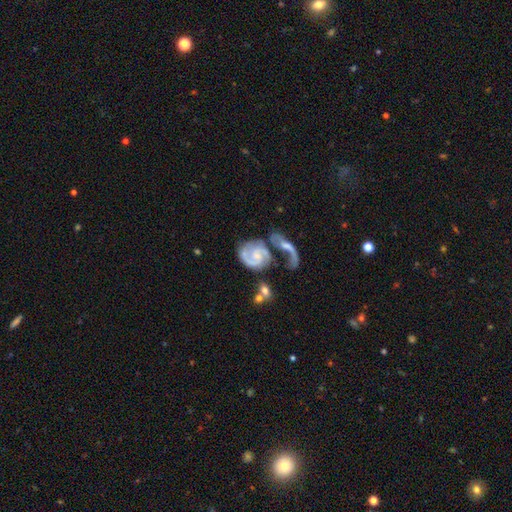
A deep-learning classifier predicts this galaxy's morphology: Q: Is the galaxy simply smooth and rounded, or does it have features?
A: featured or disk — 84%.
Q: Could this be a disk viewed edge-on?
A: no — 97%.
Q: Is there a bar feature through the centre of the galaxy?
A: no — 54%.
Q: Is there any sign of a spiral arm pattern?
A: yes — 95%.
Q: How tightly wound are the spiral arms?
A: medium — 48%.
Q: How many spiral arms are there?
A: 2 — 80%.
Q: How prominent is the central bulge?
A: small — 44%.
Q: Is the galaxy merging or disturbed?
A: merger — 38%.